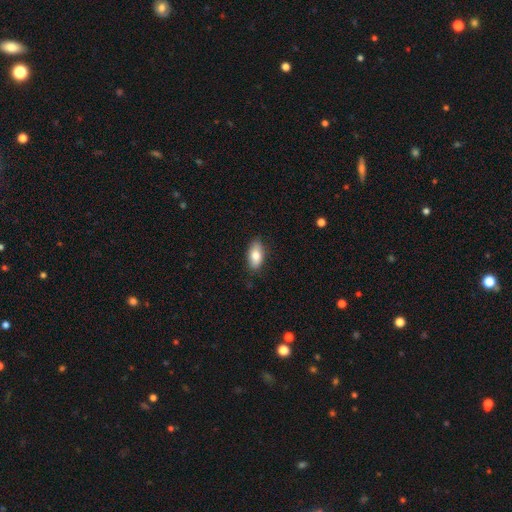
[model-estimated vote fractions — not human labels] Morphology: type=smooth (81%); roundness=in between (90%); merging=none (83%).